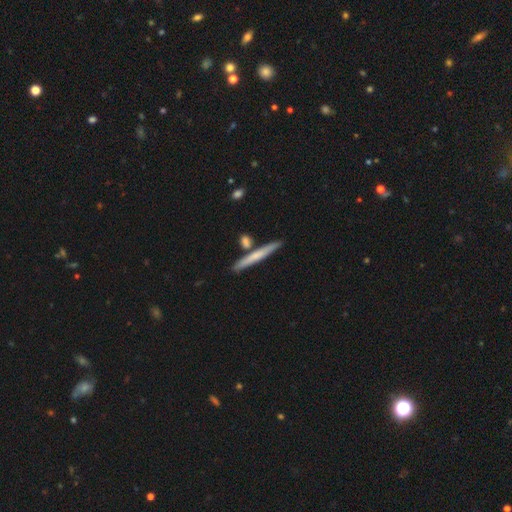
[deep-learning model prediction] Smooth or featured? Predicted: smooth (p=0.58). How rounded? Predicted: cigar-shaped (p=0.95). Merging? Predicted: none (p=0.80).